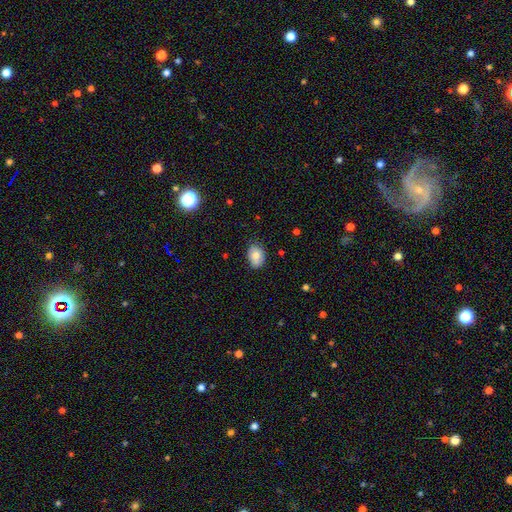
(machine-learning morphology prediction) Q: Smooth or featured?
A: smooth (74%); runner-up: featured or disk (17%)
Q: How rounded?
A: in between (77%); runner-up: round (22%)
Q: Merging?
A: none (79%); runner-up: minor disturbance (17%)